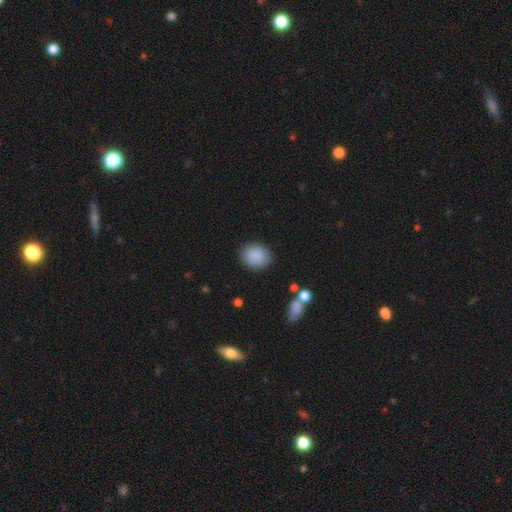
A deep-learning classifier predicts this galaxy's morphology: Smooth or featured: smooth — 88% (star or artifact — 7%)
How rounded: round — 57% (in between — 42%)
Merging: none — 85% (minor disturbance — 10%)